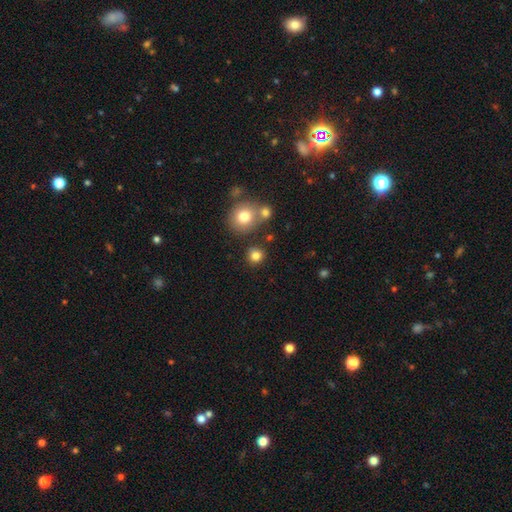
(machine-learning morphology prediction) Smooth or featured? Predicted: smooth (p=0.82). How rounded? Predicted: round (p=0.91). Merging? Predicted: none (p=0.82).